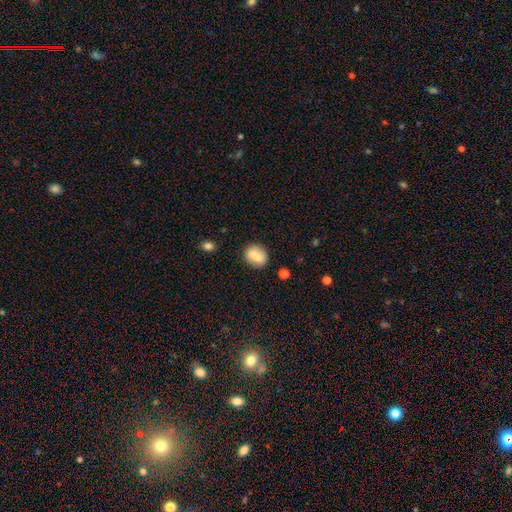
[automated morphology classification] Overall: smooth (70%). How rounded: round (66%; in between 33%). Merging: merger (43%, tied with none).